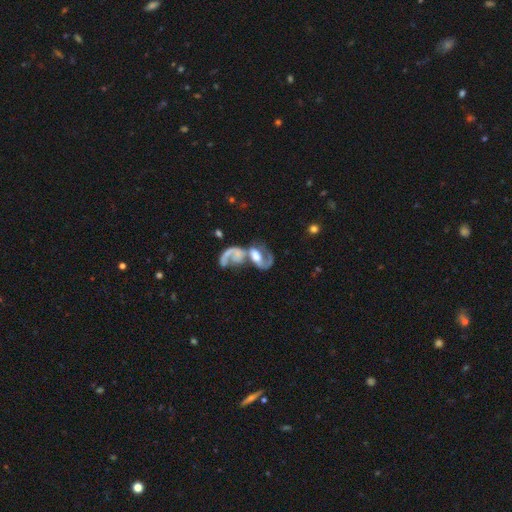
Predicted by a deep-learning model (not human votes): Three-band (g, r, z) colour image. It shows a featured or disk galaxy (73%) with no bar (50%), 2 (56%) loose (55%) spiral arms (82%) and a moderate central bulge (35%). Merging: merger (61%).